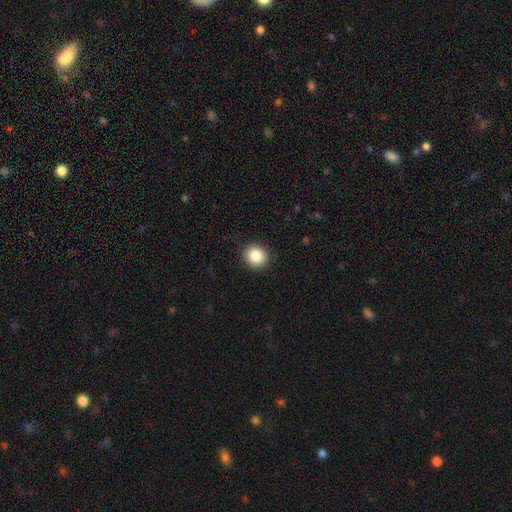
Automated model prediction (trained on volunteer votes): This appears to be a smooth galaxy with no disk features (86%) that is round (83%). Merging: none (91%).